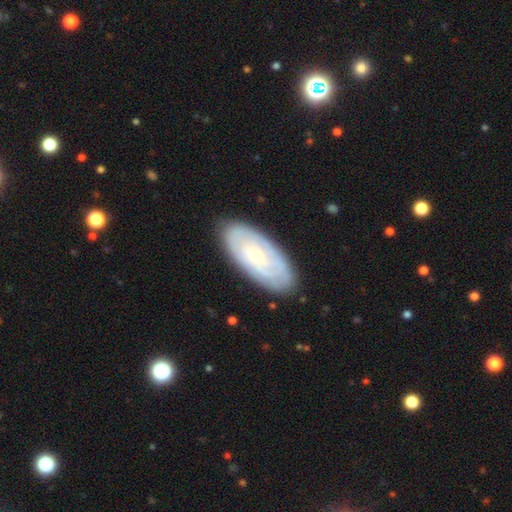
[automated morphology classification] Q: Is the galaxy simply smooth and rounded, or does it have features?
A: featured or disk — 64%.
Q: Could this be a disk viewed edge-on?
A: no — 90%.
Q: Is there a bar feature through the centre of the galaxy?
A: no — 72%.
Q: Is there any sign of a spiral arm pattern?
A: yes — 73%.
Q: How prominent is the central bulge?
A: small — 48%.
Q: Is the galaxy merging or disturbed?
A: none — 83%.